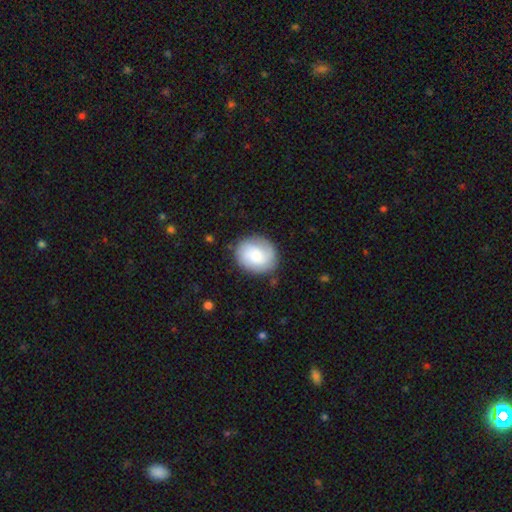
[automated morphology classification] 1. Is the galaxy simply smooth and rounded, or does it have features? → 49% smooth, 44% featured or disk, 7% star or artifact.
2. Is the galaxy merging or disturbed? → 80% none, 14% minor disturbance, 5% major disturbance, 2% merger.